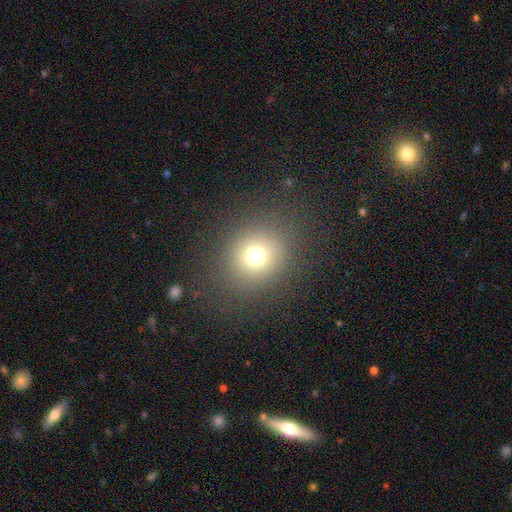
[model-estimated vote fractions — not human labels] Smooth or featured? smooth (70%)
How rounded? round (86%)
Merging? none (86%)